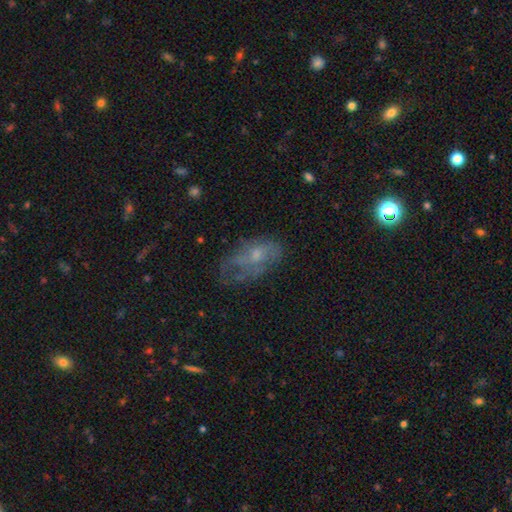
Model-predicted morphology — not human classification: Q: Smooth or featured?
A: featured or disk (45%); runner-up: smooth (43%)
Q: Merging?
A: none (43%); runner-up: minor disturbance (29%)